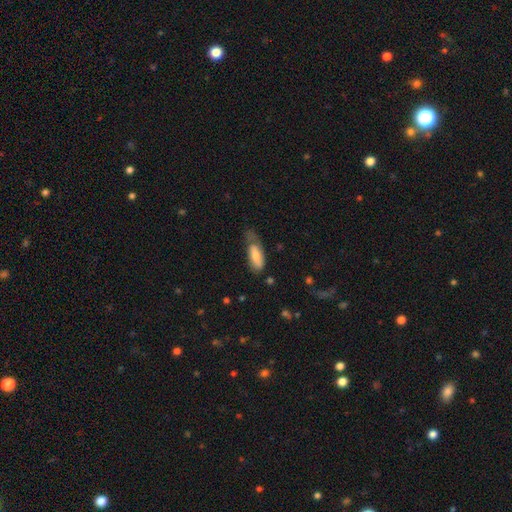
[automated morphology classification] smooth 74%, featured or disk 20%, star or artifact 6%. Down the decision tree: how rounded — in between (76%); merging — minor disturbance (37%).